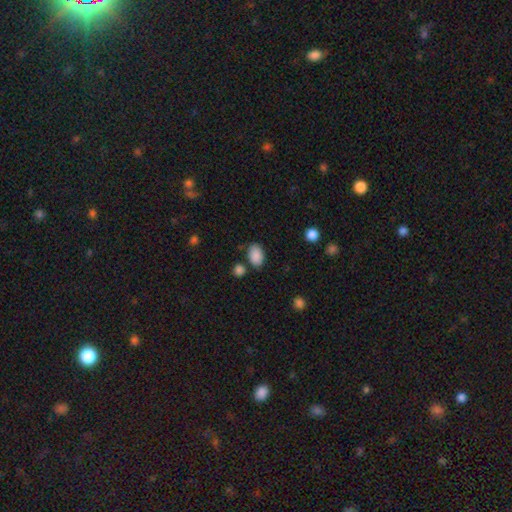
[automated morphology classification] Smooth or featured?
  - smooth: 88% *
  - star or artifact: 8%
  - featured or disk: 4%
How rounded?
  - in between: 88% *
  - round: 11%
  - cigar-shaped: 1%
Merging?
  - none: 76% *
  - minor disturbance: 13%
  - merger: 7%
  - major disturbance: 4%